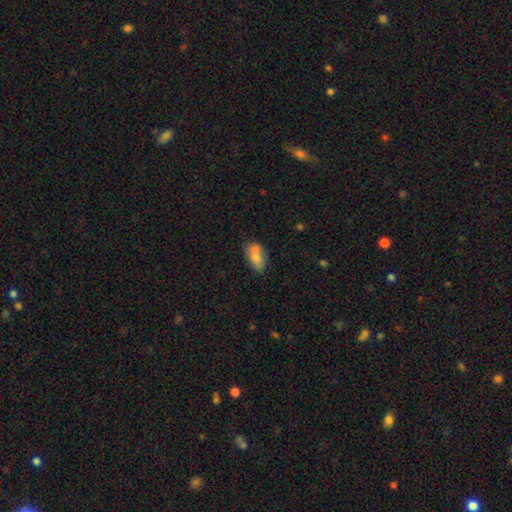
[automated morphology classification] smooth_or_featured: smooth (p=0.72) [alt: featured or disk p=0.21]
how_rounded: in between (p=0.90) [alt: round p=0.06]
merging: none (p=0.49) [alt: merger p=0.27]